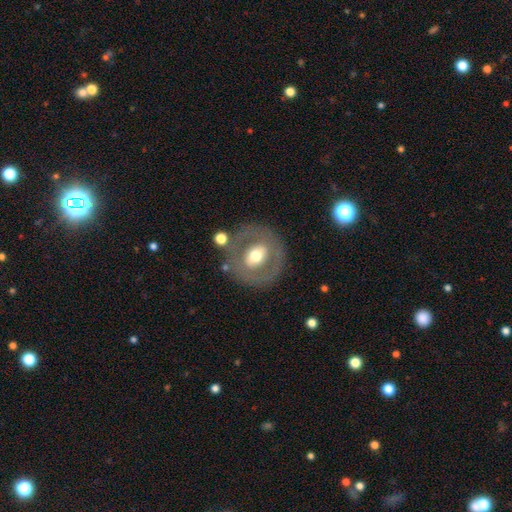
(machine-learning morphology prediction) type=featured or disk (52%); edge-on=no (93%); merging=none (76%).